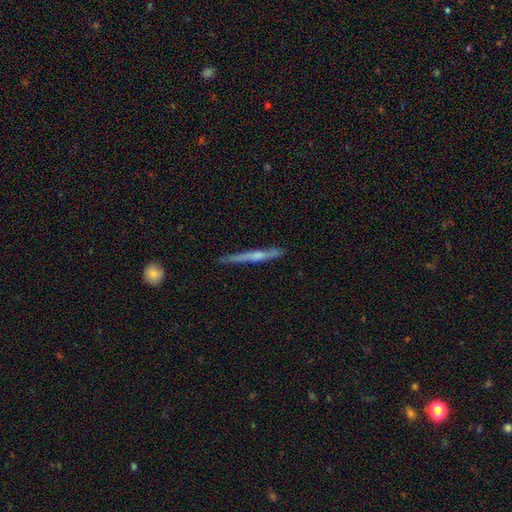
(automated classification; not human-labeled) A featured or disk galaxy (60%) viewed edge-on (96%) with a rounded central bulge (49%). Merging: none (81%).